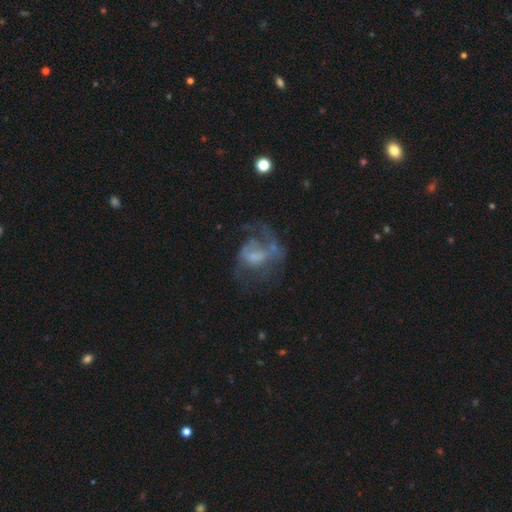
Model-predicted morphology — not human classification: Smooth or featured? featured or disk (64%)
Edge-on disk? no (97%)
Bar? no (56%)
Spiral arms? yes (59%)
Bulge size? small (36%)
Merging? major disturbance (44%)